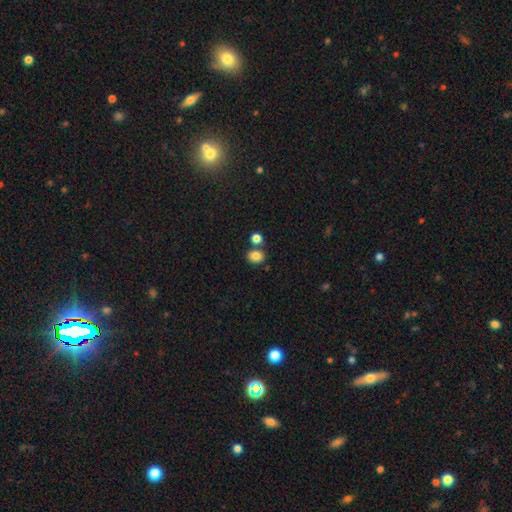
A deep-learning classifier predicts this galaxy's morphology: The model was most divided on "how rounded": round: 55%, in between: 44%, cigar-shaped: 1%. More confident: smooth or featured — smooth (84%); merging — none (68%).